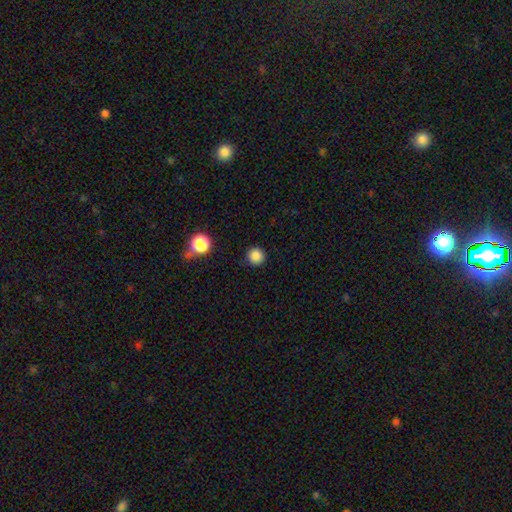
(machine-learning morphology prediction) smooth 85%, star or artifact 12%, featured or disk 3%. Down the decision tree: how rounded — round (95%); merging — none (90%).